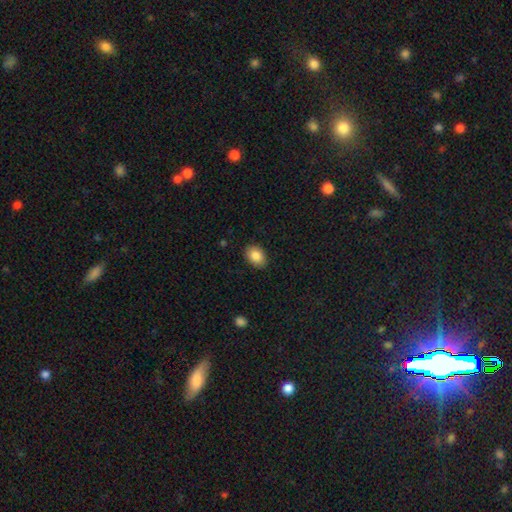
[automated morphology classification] Overall: smooth (85%). How rounded: in between (77%). Merging: none (88%).